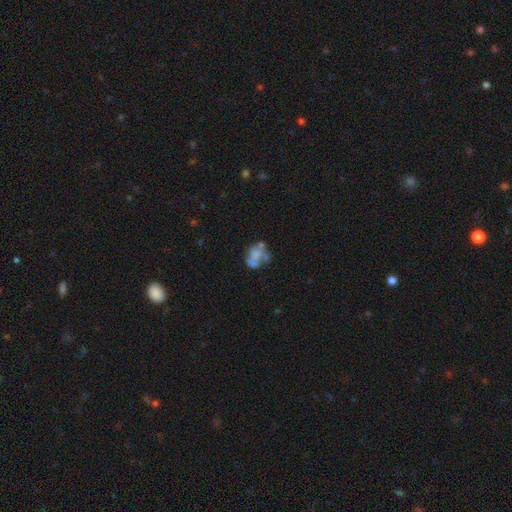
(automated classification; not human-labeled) Smooth or featured: featured or disk — 51% (smooth — 38%)
Edge-on disk: no — 98% (yes — 2%)
Merging: none — 36% (merger — 22%)